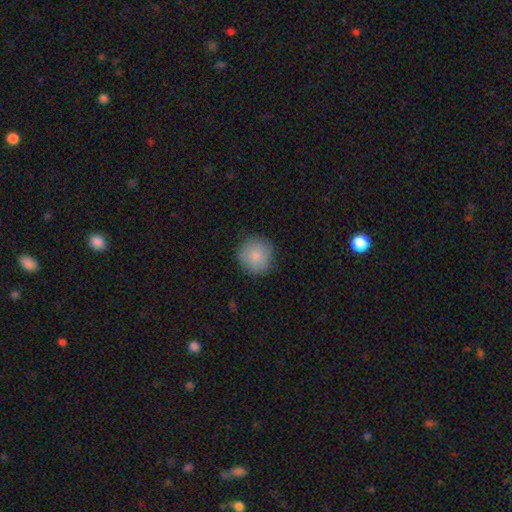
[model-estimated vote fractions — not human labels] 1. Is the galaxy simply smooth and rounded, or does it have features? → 84% smooth, 9% featured or disk, 7% star or artifact.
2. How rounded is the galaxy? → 94% round, 5% in between, 1% cigar-shaped.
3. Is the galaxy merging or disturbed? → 84% none, 12% minor disturbance, 3% major disturbance, 1% merger.